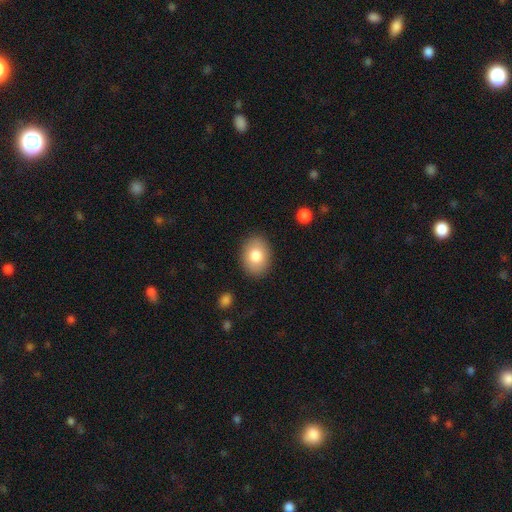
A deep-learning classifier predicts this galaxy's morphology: smooth_or_featured: smooth (p=0.80) [alt: featured or disk p=0.13]
how_rounded: in between (p=0.69) [alt: round p=0.30]
merging: none (p=0.87) [alt: minor disturbance p=0.09]